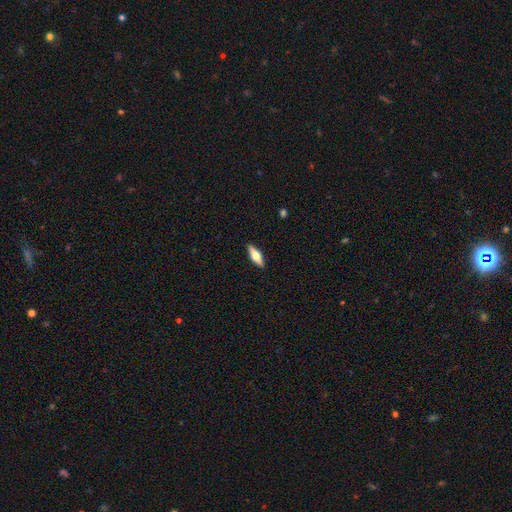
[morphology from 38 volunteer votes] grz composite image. It shows a featured or disk galaxy (61%) viewed edge-on (100%) with a rounded central bulge (96%). Merging: none (89%).